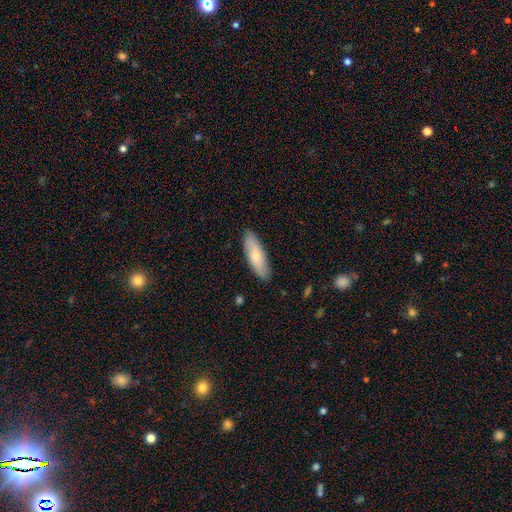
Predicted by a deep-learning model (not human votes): This is likely a smooth galaxy (73%). How rounded: possibly in between (51%). Merging: clearly none (88%).